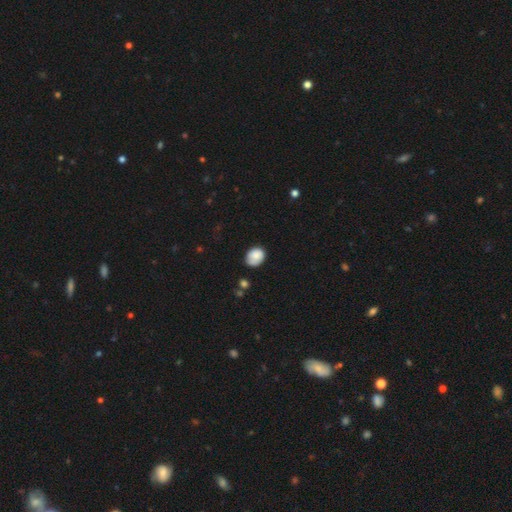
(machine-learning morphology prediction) type=smooth (79%); roundness=round (50%); merging=none (61%).